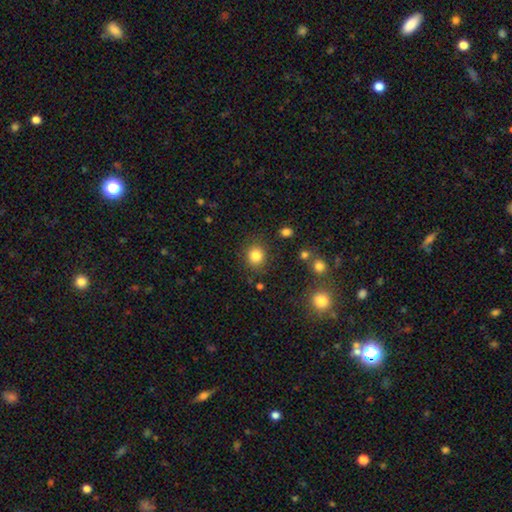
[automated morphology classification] A smooth galaxy with no disk features (83%) that is round (82%). Merging: none (85%).